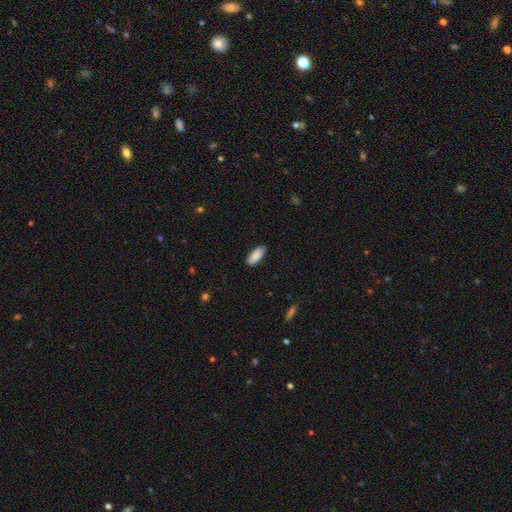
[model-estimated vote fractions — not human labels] smooth 89%, star or artifact 6%, featured or disk 5%. Down the decision tree: how rounded — in between (82%); merging — none (87%).